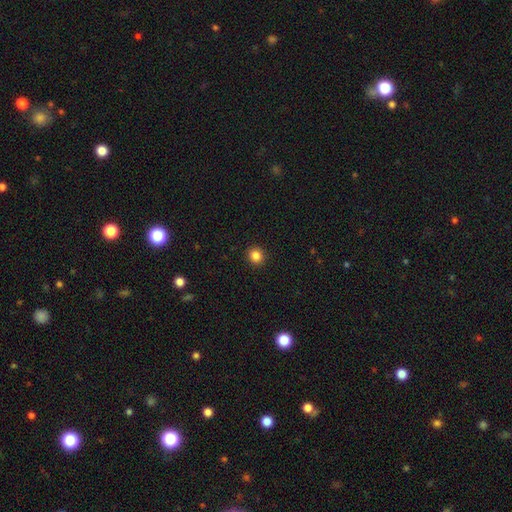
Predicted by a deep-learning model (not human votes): This is clearly a smooth galaxy (85%). How rounded: clearly round (89%). Merging: clearly none (93%).